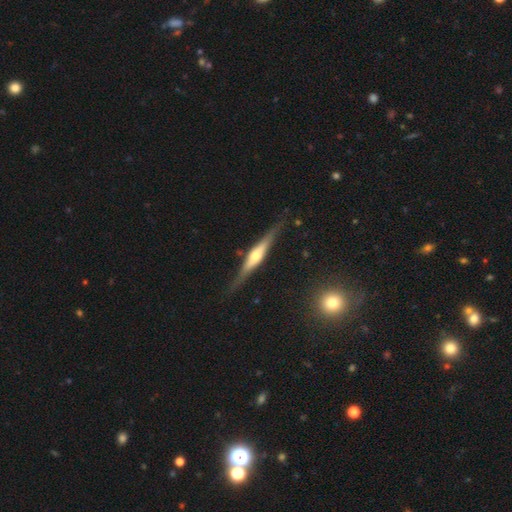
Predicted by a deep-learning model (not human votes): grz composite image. It shows a featured or disk galaxy (73%) viewed edge-on (96%) with a rounded central bulge (84%). Merging: none (84%).